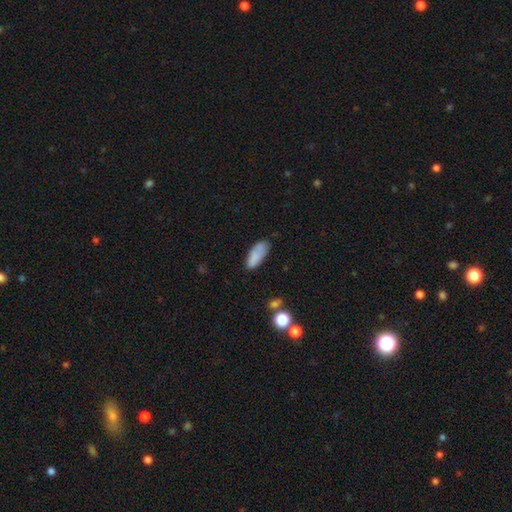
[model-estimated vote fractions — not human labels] This appears to be a smooth galaxy with no disk features (84%) that is in between round and cigar-shaped (79%). Merging: none (68%).